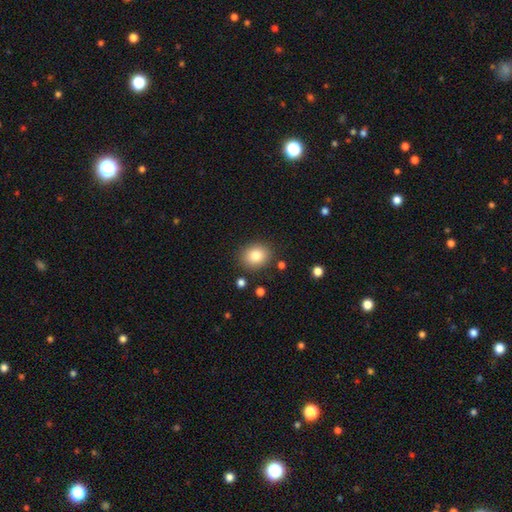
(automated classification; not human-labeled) Smooth or featured?
  - smooth: 83% *
  - star or artifact: 10%
  - featured or disk: 8%
How rounded?
  - round: 62% *
  - in between: 37%
  - cigar-shaped: 1%
Merging?
  - none: 86% *
  - minor disturbance: 9%
  - major disturbance: 3%
  - merger: 2%